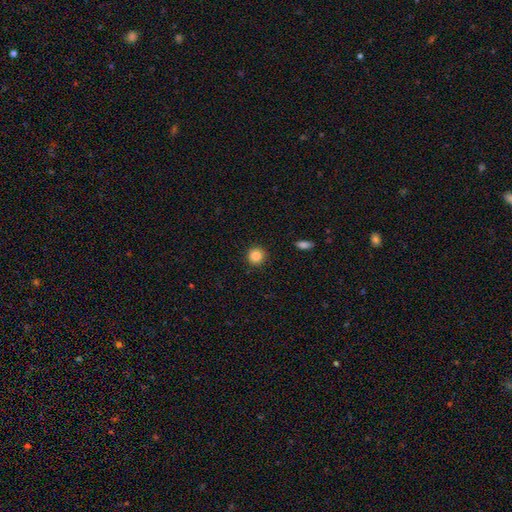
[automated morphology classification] This is clearly a smooth galaxy (86%). How rounded: clearly round (94%). Merging: clearly none (91%).